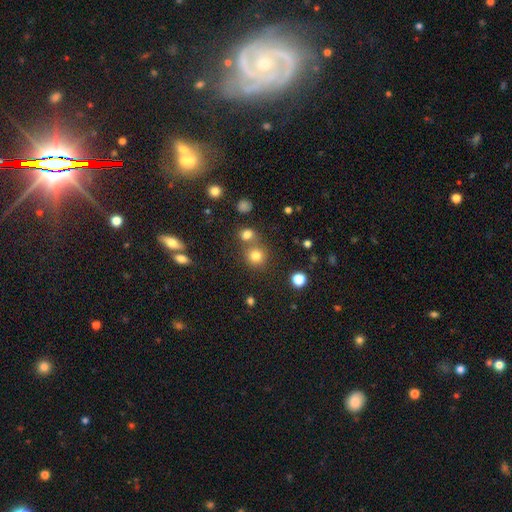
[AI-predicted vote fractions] A smooth galaxy with no disk features (78%) that is round (90%).

Vote fractions:
- Smooth or featured? smooth: 78% / star or artifact: 16% / featured or disk: 7%
- How rounded? round: 90% / in between: 9% / cigar-shaped: 1%
- Merging? none: 66% / merger: 23% / minor disturbance: 8% / major disturbance: 3%